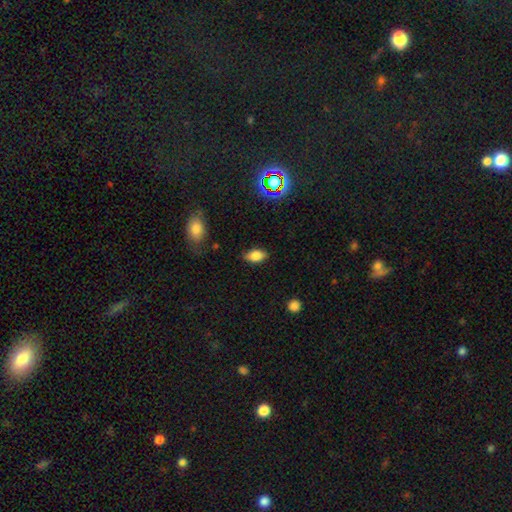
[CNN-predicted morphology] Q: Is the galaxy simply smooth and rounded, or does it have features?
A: smooth — 79%.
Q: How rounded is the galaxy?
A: in between — 89%.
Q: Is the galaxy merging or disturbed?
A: none — 80%.